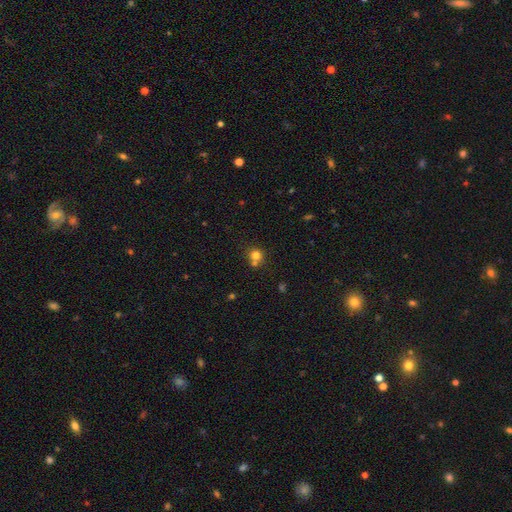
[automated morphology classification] Smooth or featured: smooth — 76% (star or artifact — 15%)
How rounded: round — 87% (in between — 12%)
Merging: none — 55% (merger — 35%)